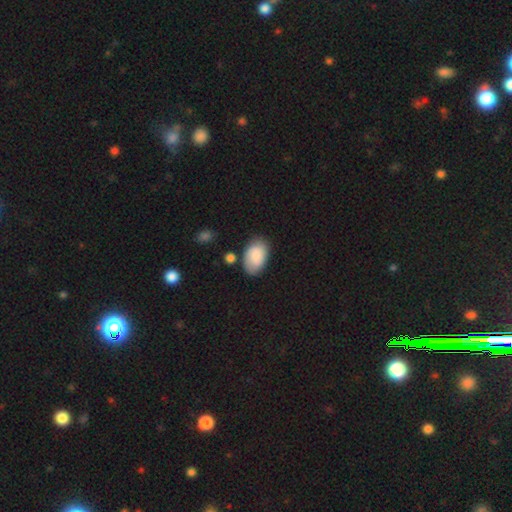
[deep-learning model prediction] smooth-or-featured: smooth: 79% | featured or disk: 15% | star or artifact: 7%
  how-rounded: in between: 92% | round: 7% | cigar-shaped: 1%
  merging: none: 72% | minor disturbance: 18% | merger: 6% | major disturbance: 4%